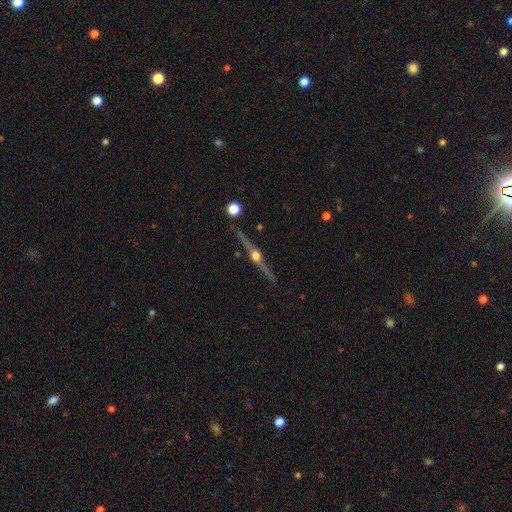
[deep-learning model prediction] featured or disk 88%, smooth 6%, star or artifact 6%. Down the decision tree: edge-on disk — yes (98%); edge-on bulge — rounded (96%); merging — none (89%).